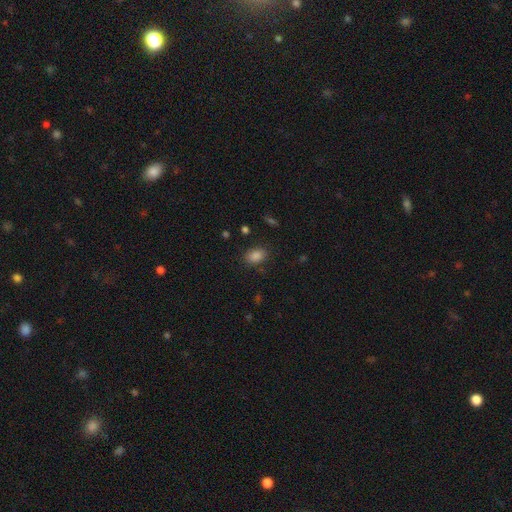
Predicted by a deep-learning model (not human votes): This appears to be a smooth galaxy with no disk features (86%) that is in between round and cigar-shaped (82%). Merging: none (85%).